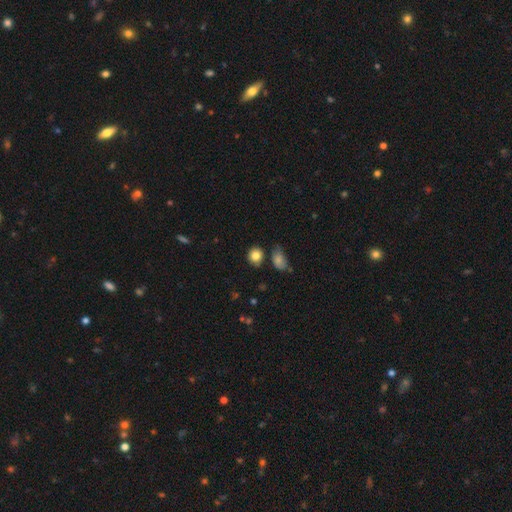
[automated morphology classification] This is clearly a smooth galaxy (84%). How rounded: likely round (74%). Merging: likely none (75%).